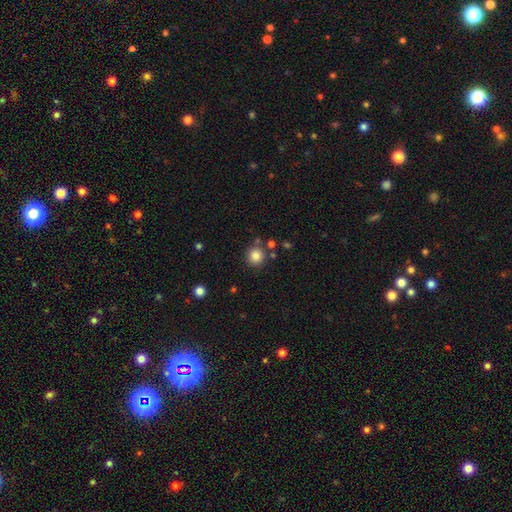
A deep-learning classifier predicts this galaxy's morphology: This is clearly a smooth galaxy (84%). How rounded: clearly round (93%). Merging: clearly none (81%).